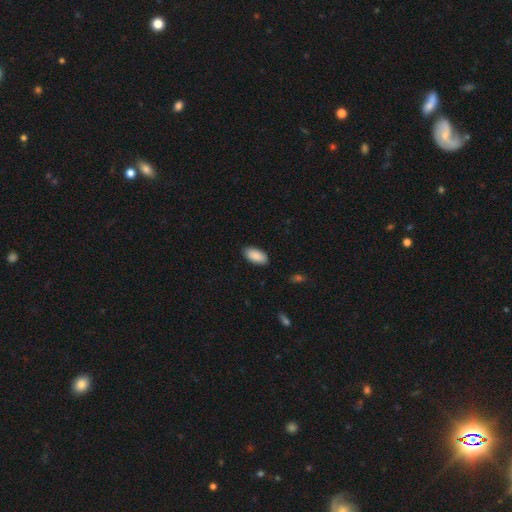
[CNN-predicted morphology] Overall: smooth (90%). How rounded: in between (94%). Merging: none (88%).